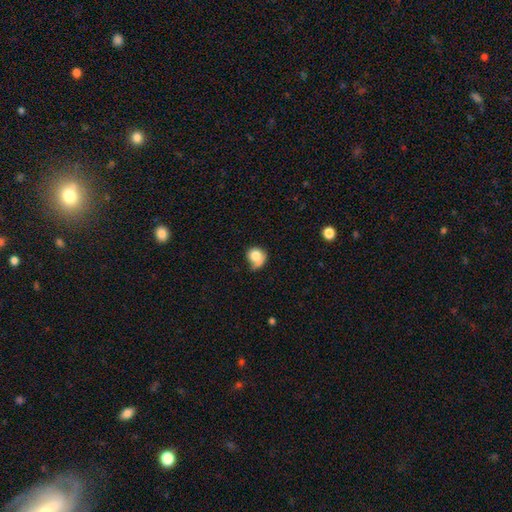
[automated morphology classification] A smooth galaxy with no disk features (76%) that is round (77%).

Vote fractions:
- Smooth or featured? smooth: 76% / featured or disk: 15% / star or artifact: 8%
- How rounded? round: 77% / in between: 22% / cigar-shaped: 1%
- Merging? none: 37% / minor disturbance: 31% / major disturbance: 22% / merger: 11%